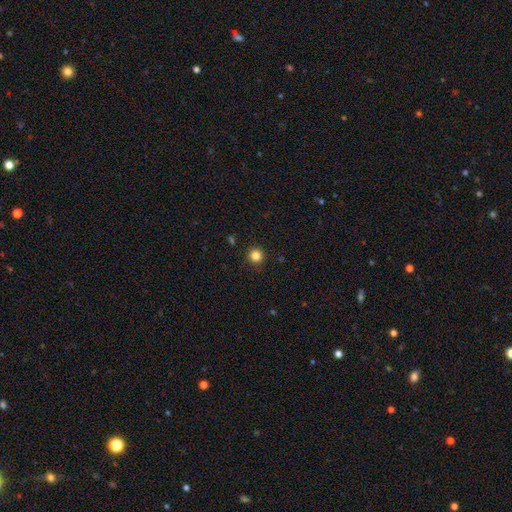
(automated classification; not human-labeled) A smooth galaxy with no disk features (84%) that is round (95%). Merging: none (92%).